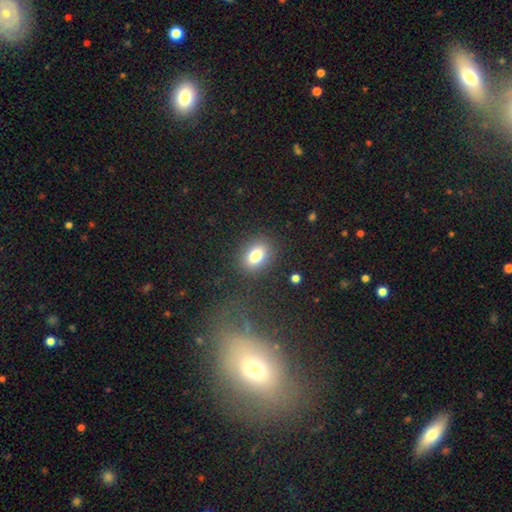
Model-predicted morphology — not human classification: smooth-or-featured: smooth: 79% | star or artifact: 11% | featured or disk: 10%
  how-rounded: in between: 70% | round: 29% | cigar-shaped: 2%
  merging: none: 87% | minor disturbance: 9% | major disturbance: 3% | merger: 2%